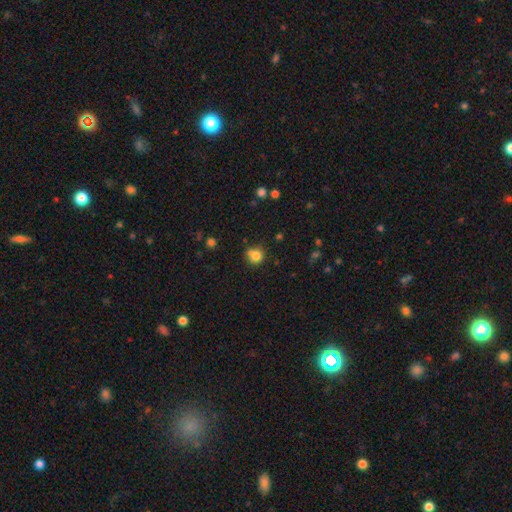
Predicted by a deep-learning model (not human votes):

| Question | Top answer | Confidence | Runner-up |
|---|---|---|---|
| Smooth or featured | smooth | 78% | star or artifact (13%) |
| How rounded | round | 80% | in between (19%) |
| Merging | none | 51% | merger (26%) |